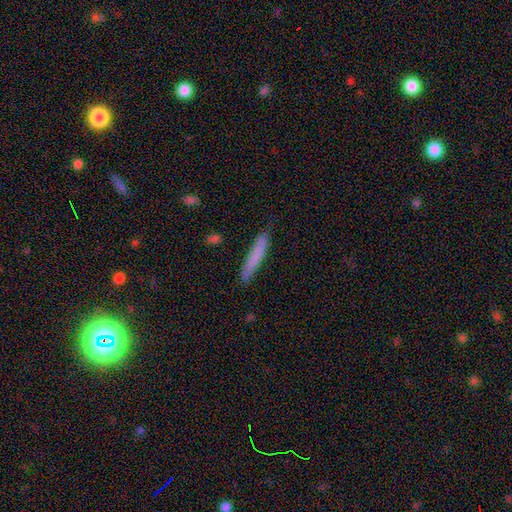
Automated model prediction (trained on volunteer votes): Smooth or featured? Predicted: smooth (p=0.76). How rounded? Predicted: cigar-shaped (p=0.94). Merging? Predicted: none (p=0.80).